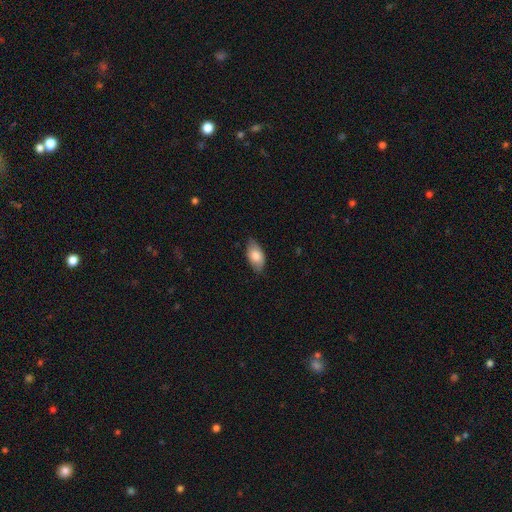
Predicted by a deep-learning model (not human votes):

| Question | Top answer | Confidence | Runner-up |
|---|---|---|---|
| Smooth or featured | smooth | 80% | featured or disk (14%) |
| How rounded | in between | 93% | round (4%) |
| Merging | none | 79% | minor disturbance (17%) |